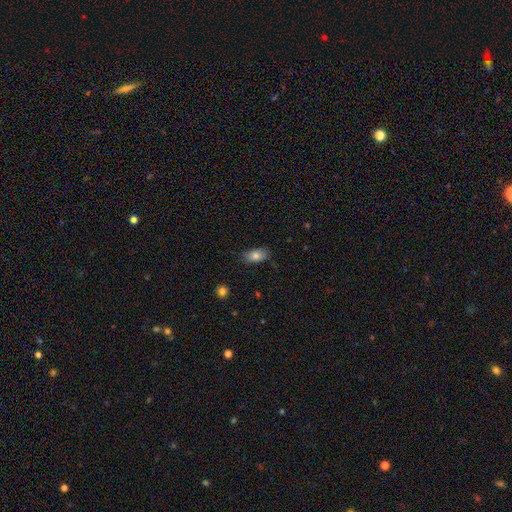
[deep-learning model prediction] Smooth or featured? smooth (80%)
How rounded? in between (90%)
Merging? none (82%)